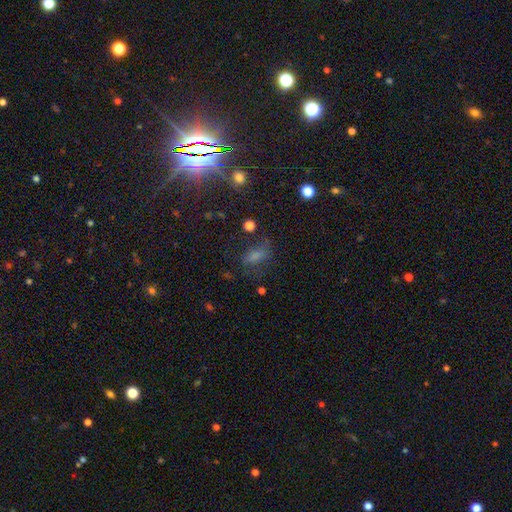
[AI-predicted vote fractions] This appears to be a smooth galaxy with no disk features (61%) that is in between round and cigar-shaped (80%). Merging: none (50%).